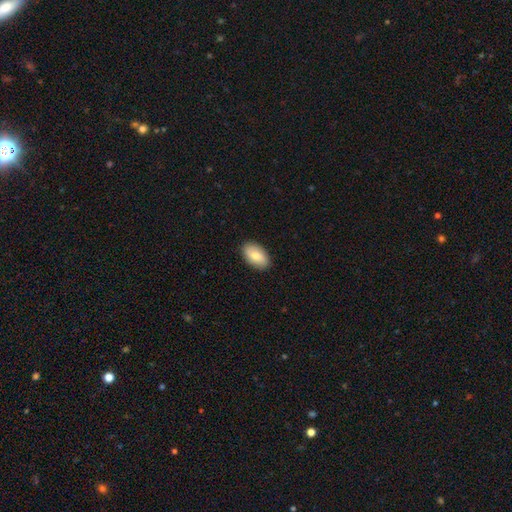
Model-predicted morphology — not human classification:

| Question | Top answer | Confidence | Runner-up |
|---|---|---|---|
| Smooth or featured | smooth | 76% | featured or disk (18%) |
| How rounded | in between | 94% | round (5%) |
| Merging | none | 88% | minor disturbance (9%) |